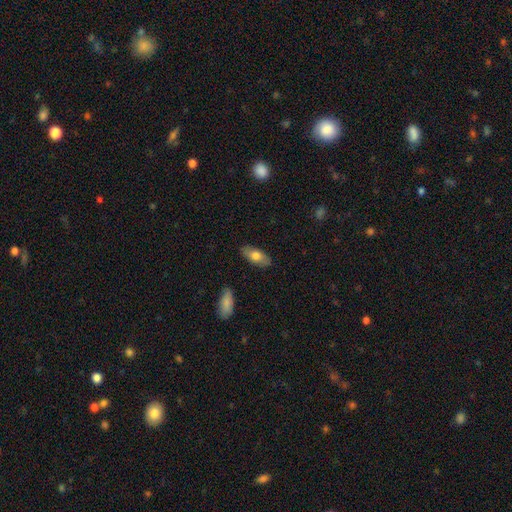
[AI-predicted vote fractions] smooth-or-featured: smooth: 73% | featured or disk: 21% | star or artifact: 6%
  how-rounded: in between: 86% | cigar-shaped: 11% | round: 3%
  merging: none: 86% | minor disturbance: 10% | major disturbance: 2% | merger: 1%